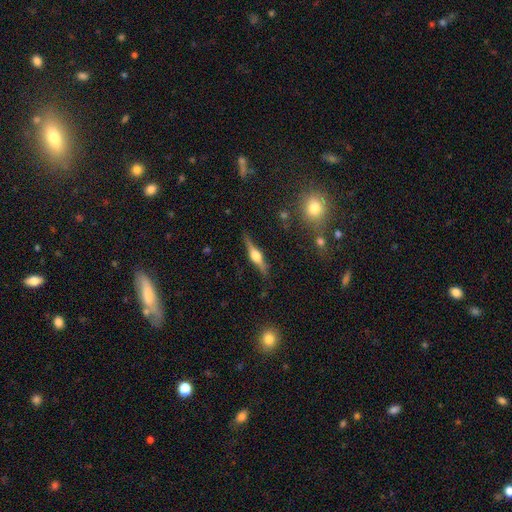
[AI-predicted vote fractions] This appears to be a featured or disk galaxy (77%) viewed edge-on (97%) with a rounded central bulge (92%). Merging: none (86%).